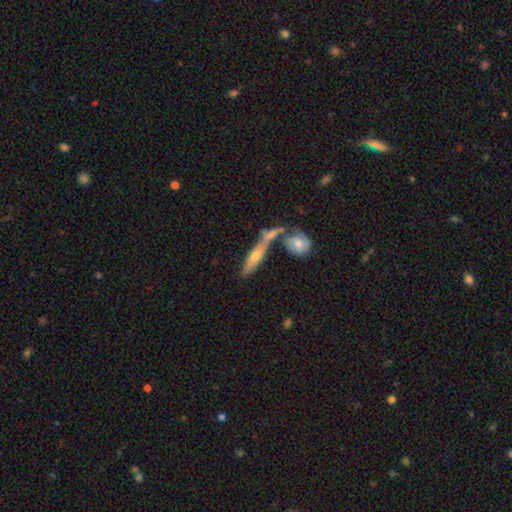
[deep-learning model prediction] Smooth or featured? Predicted: featured or disk (p=0.47). Merging? Predicted: none (p=0.45).